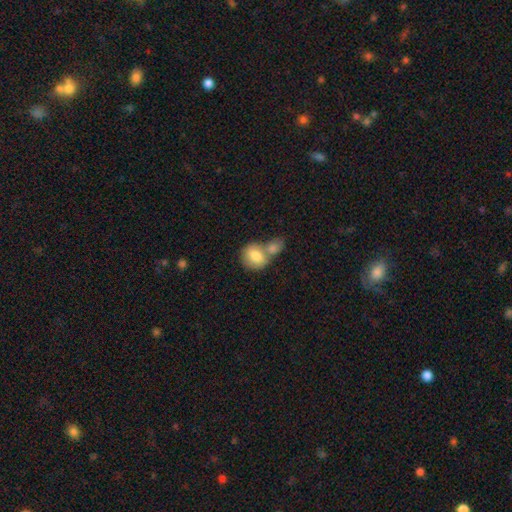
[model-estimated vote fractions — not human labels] A smooth galaxy with no disk features (78%) that is round (64%). Merging: merger (58%).